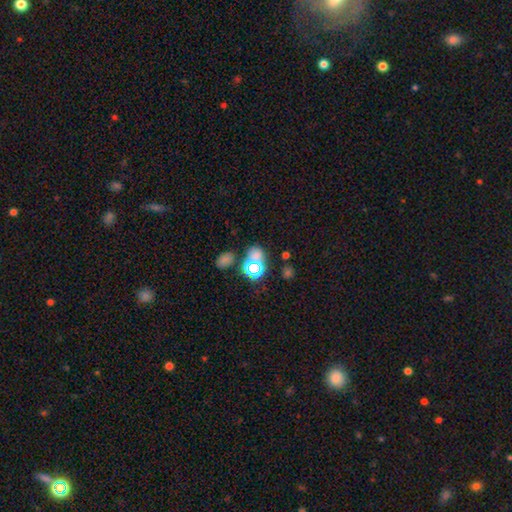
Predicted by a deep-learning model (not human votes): Q: Smooth or featured?
A: smooth (49%); runner-up: star or artifact (41%)
Q: Merging?
A: none (63%); runner-up: merger (15%)